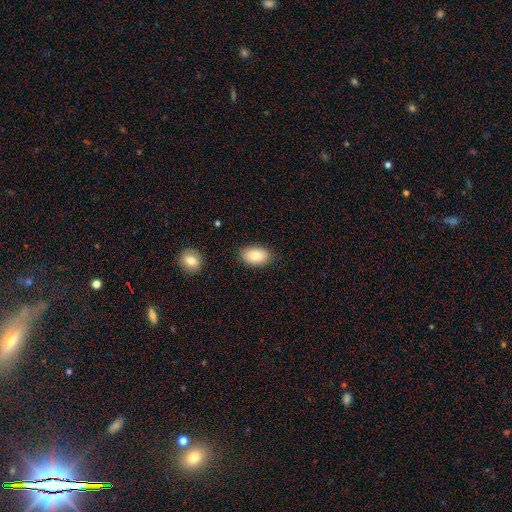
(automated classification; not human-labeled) This is clearly a smooth galaxy (85%). How rounded: clearly in between (90%). Merging: clearly none (85%).